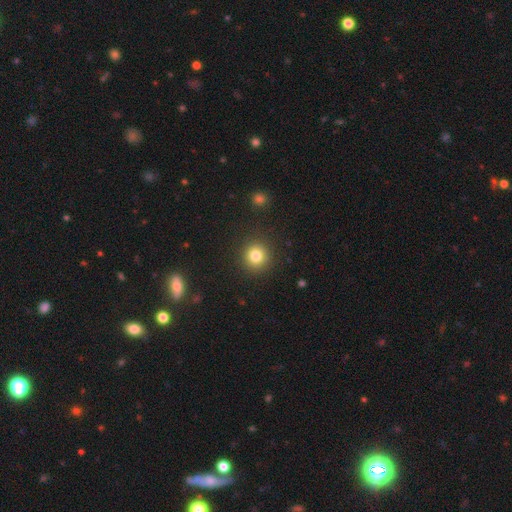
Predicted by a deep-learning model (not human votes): Smooth or featured: smooth — 81% (star or artifact — 12%)
How rounded: round — 92% (in between — 7%)
Merging: none — 90% (minor disturbance — 6%)